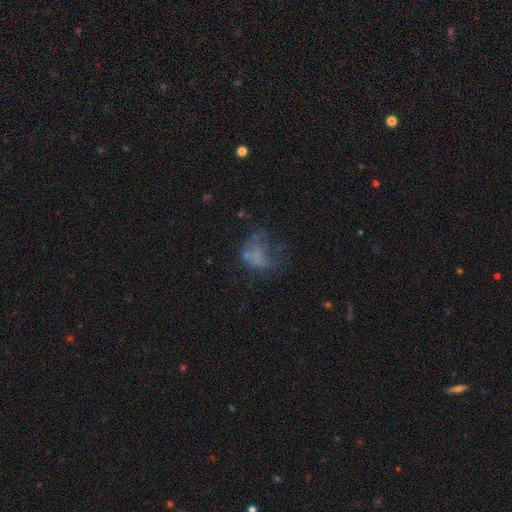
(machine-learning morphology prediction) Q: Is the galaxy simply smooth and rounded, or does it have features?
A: smooth — 42%.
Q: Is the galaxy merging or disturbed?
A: major disturbance — 45%.